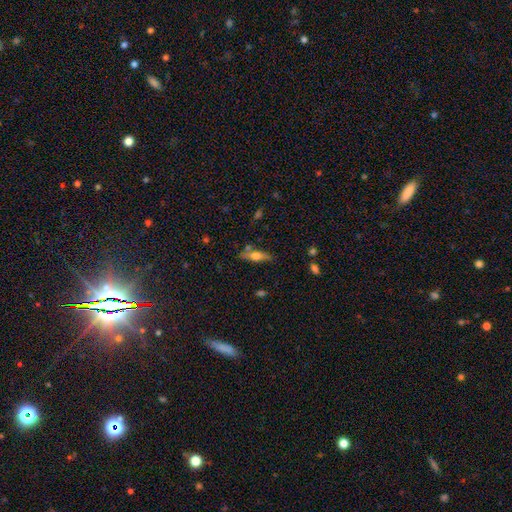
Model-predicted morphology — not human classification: Smooth or featured: smooth — 53% (featured or disk — 39%)
How rounded: cigar-shaped — 54% (in between — 43%)
Merging: none — 73% (minor disturbance — 16%)